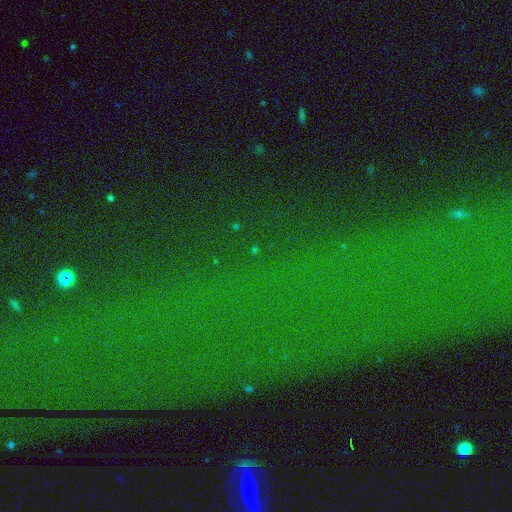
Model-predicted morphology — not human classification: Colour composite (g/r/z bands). It shows a star or artifact, not a galaxy (77%).